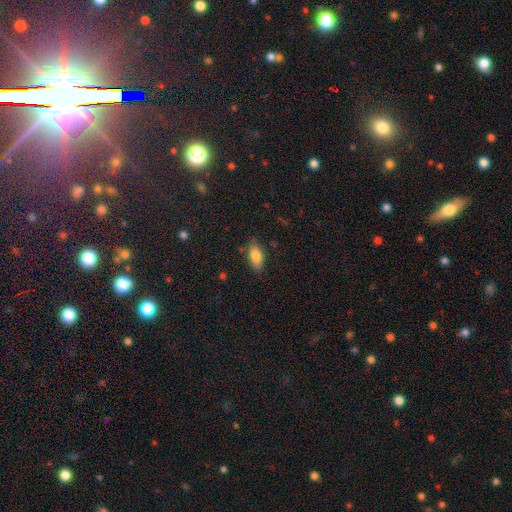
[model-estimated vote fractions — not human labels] A smooth galaxy with no disk features (82%) that is in between round and cigar-shaped (87%).

Vote fractions:
- Smooth or featured? smooth: 82% / featured or disk: 10% / star or artifact: 8%
- How rounded? in between: 87% / cigar-shaped: 10% / round: 3%
- Merging? none: 82% / minor disturbance: 13% / major disturbance: 3% / merger: 2%